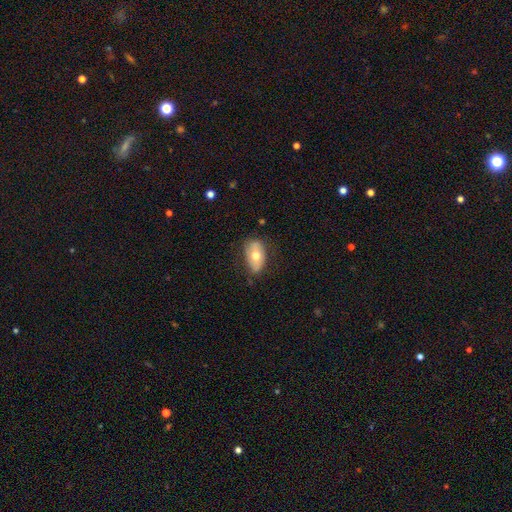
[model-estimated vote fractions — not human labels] Smooth or featured? Predicted: smooth (p=0.56). How rounded? Predicted: in between (p=0.89). Merging? Predicted: none (p=0.69).